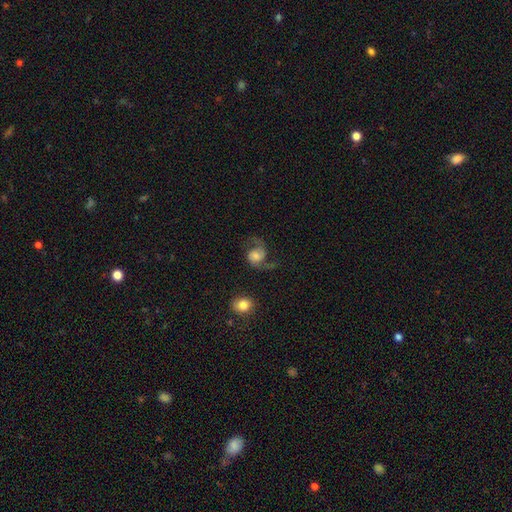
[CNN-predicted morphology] smooth_or_featured: featured or disk (p=0.72) [alt: smooth p=0.20]
disk_edge_on: no (p=0.98) [alt: yes p=0.02]
bar: no (p=0.66) [alt: weak p=0.29]
has_spiral_arms: yes (p=0.94) [alt: no p=0.06]
spiral_winding: loose (p=0.55) [alt: medium p=0.37]
spiral_arm_count: 2 (p=0.85) [alt: 1 p=0.10]
bulge_size: moderate (p=0.38) [alt: small p=0.28]
merging: none (p=0.55) [alt: major disturbance p=0.23]